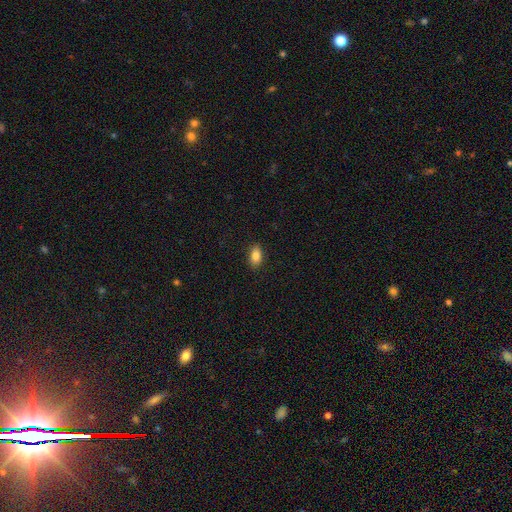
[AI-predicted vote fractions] smooth 85%, star or artifact 8%, featured or disk 7%. Down the decision tree: how rounded — in between (90%); merging — none (89%).